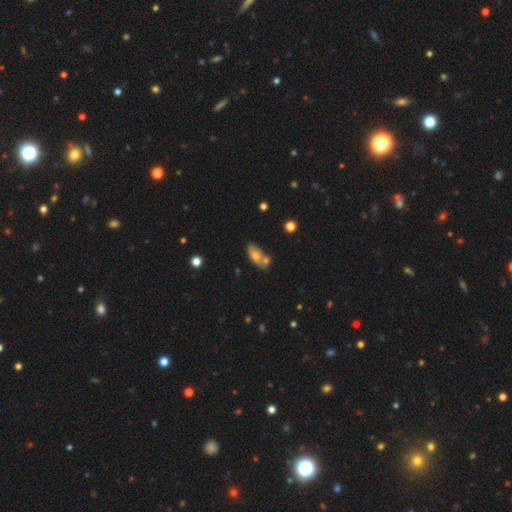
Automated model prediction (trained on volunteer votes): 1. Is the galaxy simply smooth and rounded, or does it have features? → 63% smooth, 28% featured or disk, 9% star or artifact.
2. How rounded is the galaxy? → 86% in between, 10% cigar-shaped, 4% round.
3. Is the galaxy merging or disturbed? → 56% none, 25% merger, 15% minor disturbance, 4% major disturbance.